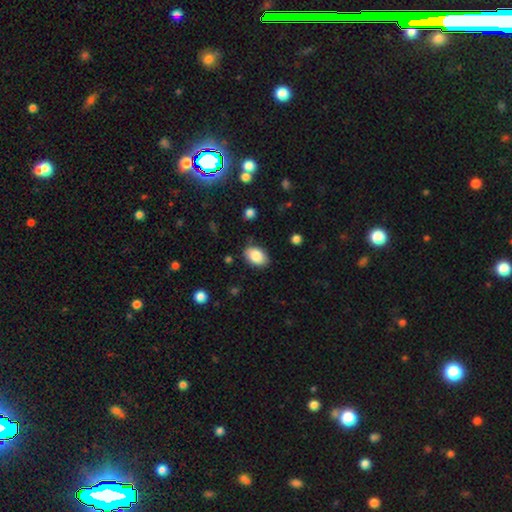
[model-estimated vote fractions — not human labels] Q: Smooth or featured?
A: smooth (86%); runner-up: star or artifact (7%)
Q: How rounded?
A: in between (87%); runner-up: round (12%)
Q: Merging?
A: none (81%); runner-up: minor disturbance (14%)